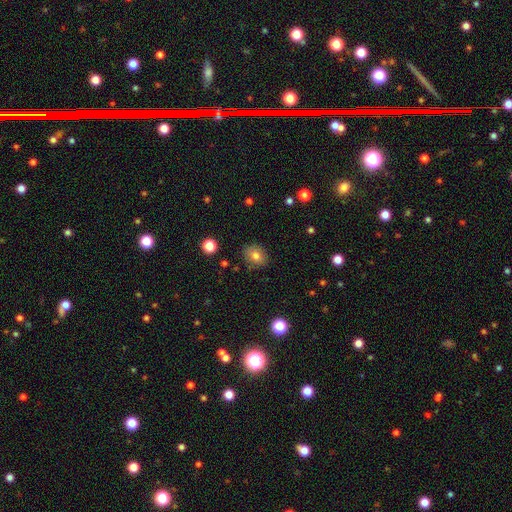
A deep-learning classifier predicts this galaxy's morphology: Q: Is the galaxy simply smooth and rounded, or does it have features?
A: smooth — 76%.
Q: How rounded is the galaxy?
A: round — 51%.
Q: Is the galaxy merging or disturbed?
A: none — 84%.